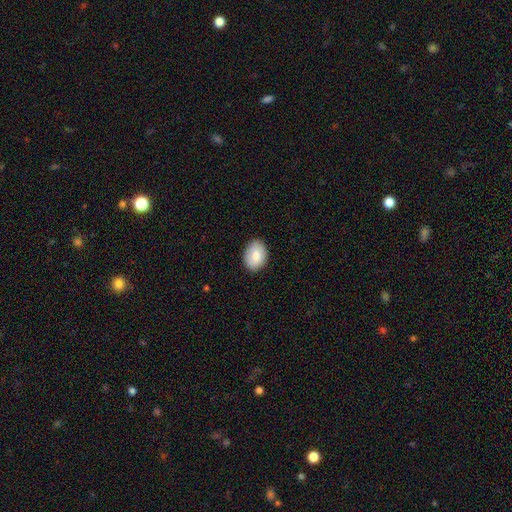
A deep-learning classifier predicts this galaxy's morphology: A smooth galaxy with no disk features (84%) that is in between round and cigar-shaped (74%).

Vote fractions:
- Smooth or featured? smooth: 84% / featured or disk: 10% / star or artifact: 6%
- How rounded? in between: 74% / round: 25% / cigar-shaped: 1%
- Merging? none: 85% / minor disturbance: 12% / major disturbance: 2% / merger: 1%